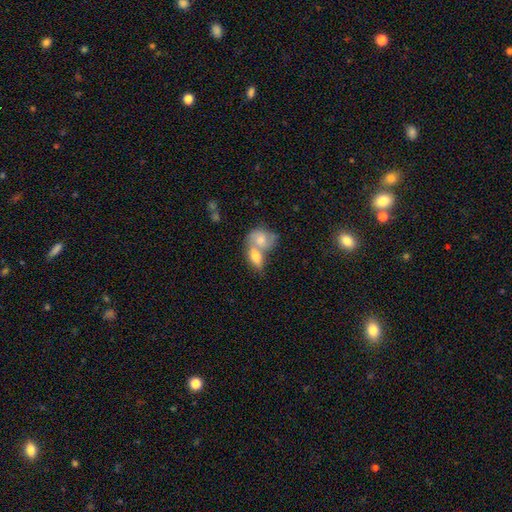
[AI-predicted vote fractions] Smooth or featured? smooth (68%)
How rounded? in between (79%)
Merging? merger (64%)